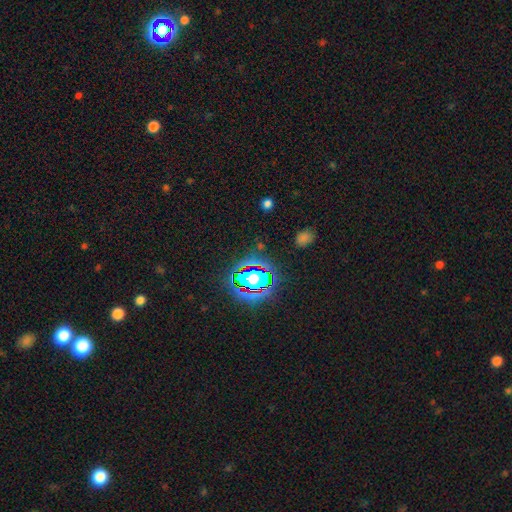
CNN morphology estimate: This is clearly a star or artifact rather than a galaxy (80%).